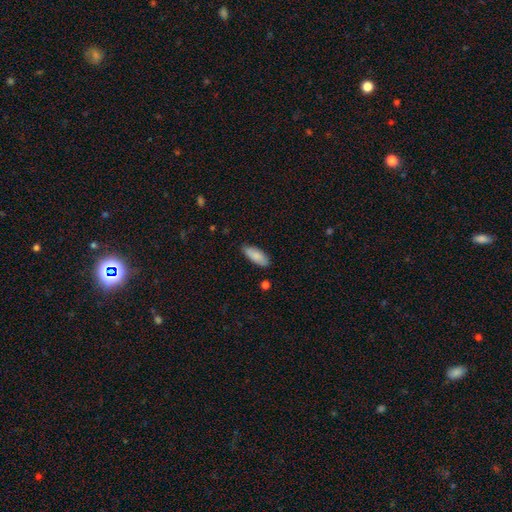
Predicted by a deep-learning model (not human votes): Q: Smooth or featured?
A: smooth (85%); runner-up: featured or disk (9%)
Q: How rounded?
A: in between (77%); runner-up: cigar-shaped (21%)
Q: Merging?
A: none (83%); runner-up: minor disturbance (13%)